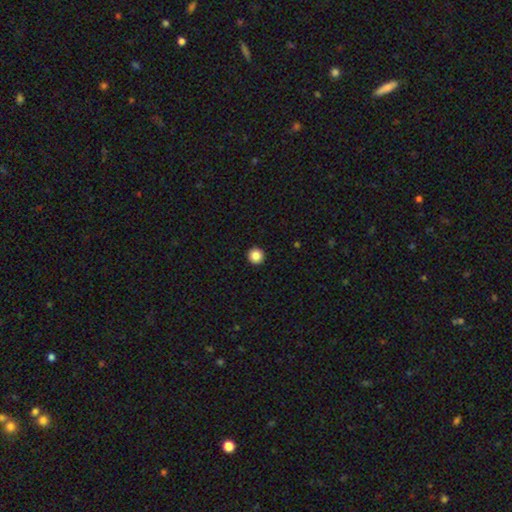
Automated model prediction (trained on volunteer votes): Smooth or featured? smooth (86%)
How rounded? round (96%)
Merging? none (94%)